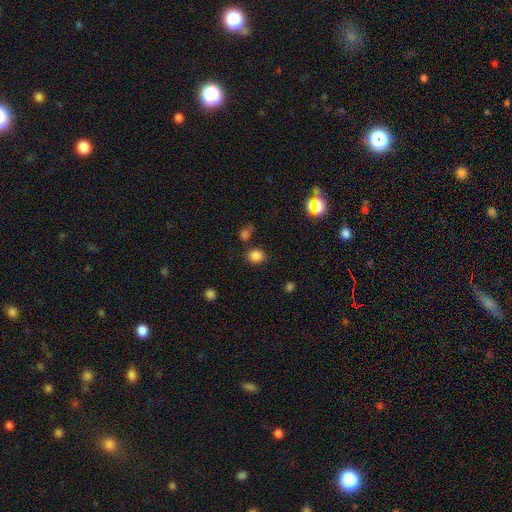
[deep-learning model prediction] Smooth or featured? smooth (84%)
How rounded? round (76%)
Merging? none (81%)